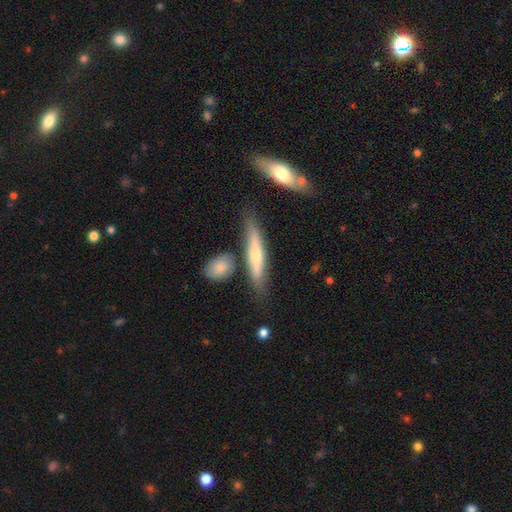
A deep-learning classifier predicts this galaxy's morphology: Overall: smooth (51%; featured or disk 43%). How rounded: cigar-shaped (85%). Merging: none (74%).